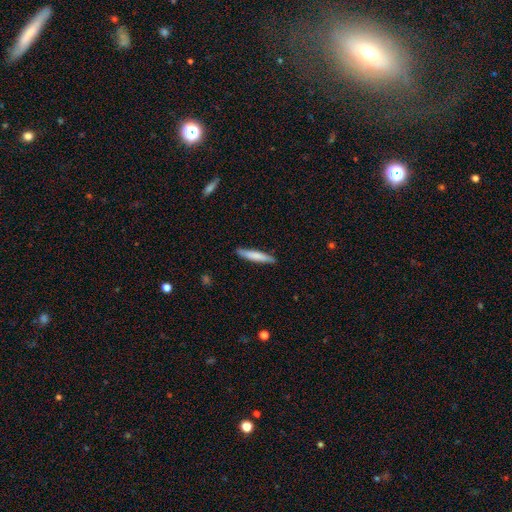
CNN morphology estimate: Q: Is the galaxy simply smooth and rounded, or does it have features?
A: smooth — 76%.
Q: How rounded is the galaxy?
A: cigar-shaped — 92%.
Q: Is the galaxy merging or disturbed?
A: none — 88%.